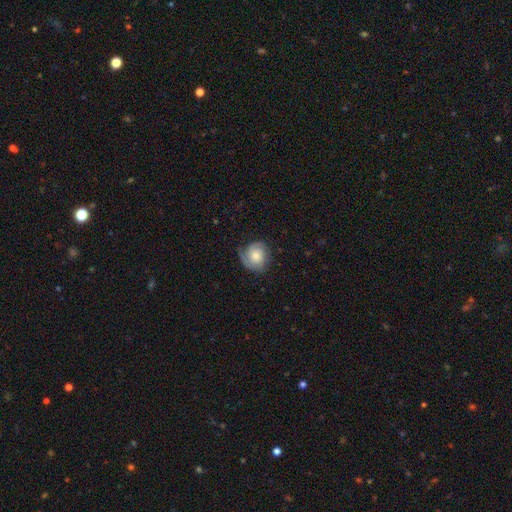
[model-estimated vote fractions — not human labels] smooth_or_featured: featured or disk (p=0.58) [alt: smooth p=0.35]
disk_edge_on: no (p=0.97) [alt: yes p=0.03]
bar: no (p=0.78) [alt: weak p=0.19]
has_spiral_arms: yes (p=0.90) [alt: no p=0.10]
spiral_winding: tight (p=0.51) [alt: medium p=0.33]
spiral_arm_count: 2 (p=0.42) [alt: 1 p=0.26]
bulge_size: moderate (p=0.51) [alt: small p=0.31]
merging: none (p=0.62) [alt: minor disturbance p=0.24]